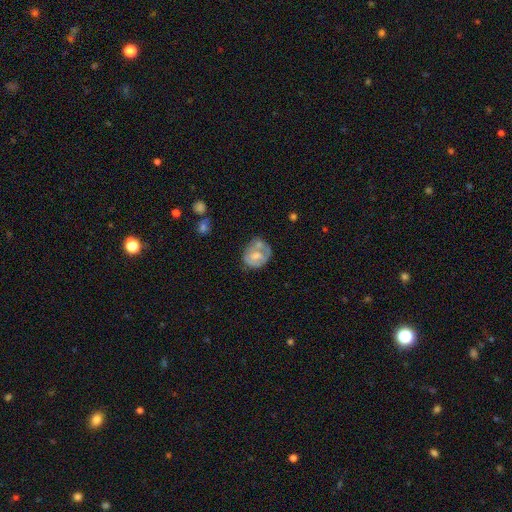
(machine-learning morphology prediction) type=featured or disk (48%); merging=none (41%).